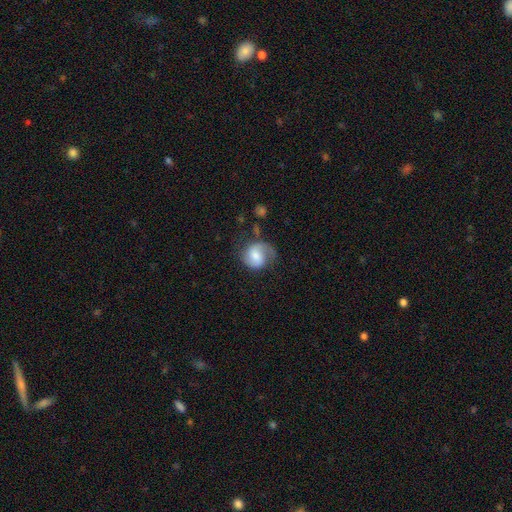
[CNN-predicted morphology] Smooth or featured?
  - featured or disk: 48% *
  - smooth: 44%
  - star or artifact: 8%
Merging?
  - none: 50% *
  - minor disturbance: 27%
  - major disturbance: 20%
  - merger: 3%